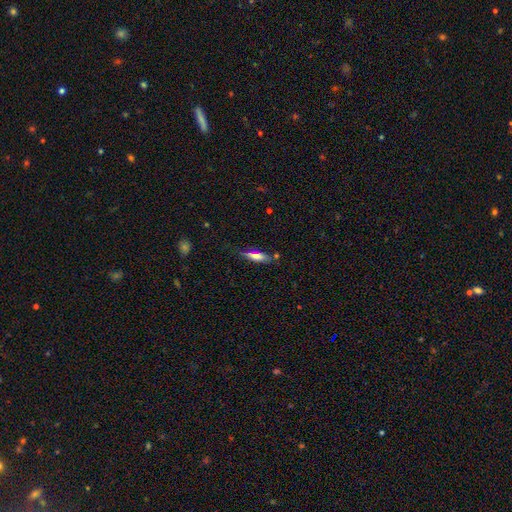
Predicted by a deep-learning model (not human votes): Smooth or featured? smooth (63%)
How rounded? cigar-shaped (72%)
Merging? none (70%)